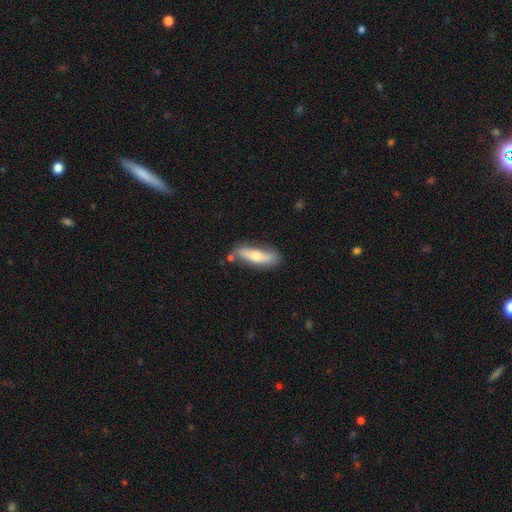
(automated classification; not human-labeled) smooth_or_featured: smooth (p=0.56) [alt: featured or disk p=0.39]
how_rounded: cigar-shaped (p=0.55) [alt: in between p=0.42]
merging: none (p=0.68) [alt: minor disturbance p=0.20]